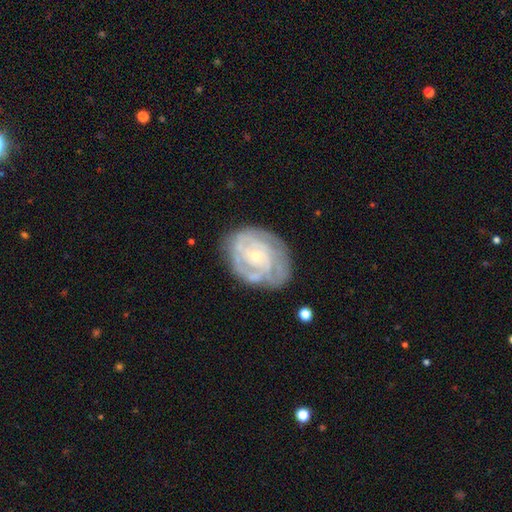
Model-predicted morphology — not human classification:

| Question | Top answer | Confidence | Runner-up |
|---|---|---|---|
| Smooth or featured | featured or disk | 79% | smooth (15%) |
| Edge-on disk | no | 97% | yes (3%) |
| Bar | no | 78% | weak (18%) |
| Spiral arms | yes | 85% | no (15%) |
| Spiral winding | tight | 73% | medium (21%) |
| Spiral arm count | can't tell | 47% | 2 (21%) |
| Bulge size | small | 76% | moderate (20%) |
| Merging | none | 70% | minor disturbance (20%) |